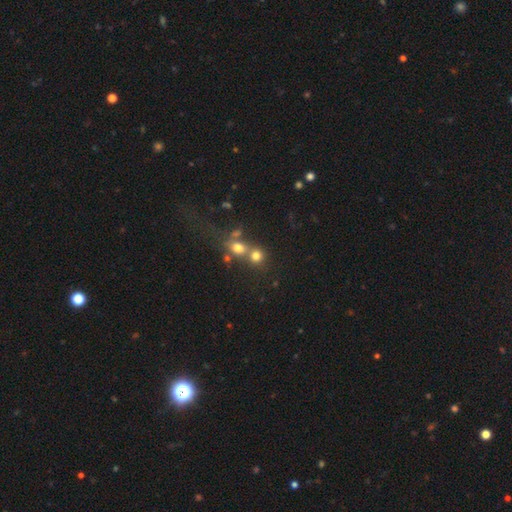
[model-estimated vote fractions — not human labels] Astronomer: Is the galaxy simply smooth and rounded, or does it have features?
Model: smooth — 72%.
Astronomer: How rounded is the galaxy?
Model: round — 81%.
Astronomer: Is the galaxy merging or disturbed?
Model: merger — 47% (runner-up: none, 43%).